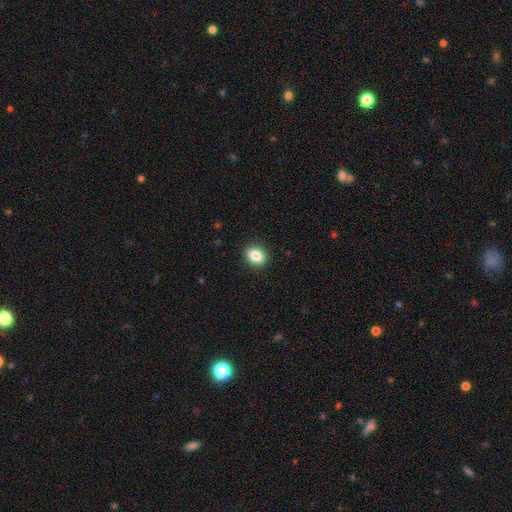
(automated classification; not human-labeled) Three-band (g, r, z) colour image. It shows a smooth galaxy with no disk features (84%) that is round (50%). Merging: none (90%).